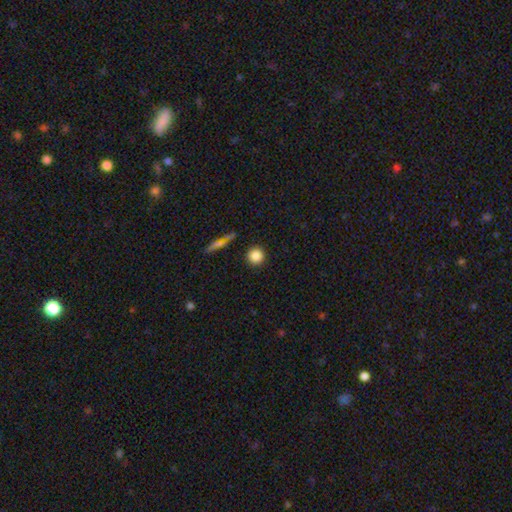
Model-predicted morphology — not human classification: The model was most divided on "smooth or featured": smooth: 85%, star or artifact: 9%, featured or disk: 6%. More confident: how rounded — round (94%); merging — none (89%).